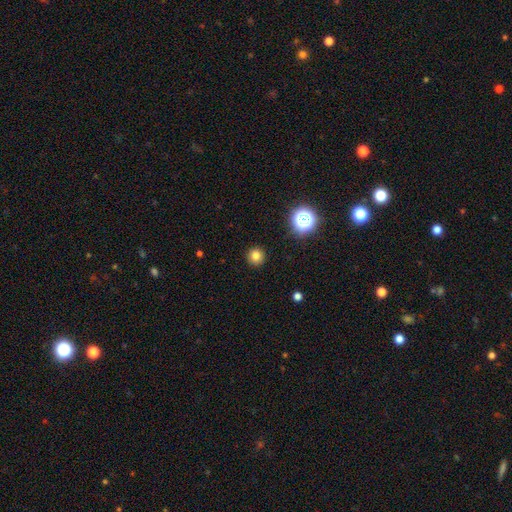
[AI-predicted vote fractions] smooth-or-featured: smooth: 80% | star or artifact: 15% | featured or disk: 6%
  how-rounded: round: 95% | in between: 4% | cigar-shaped: 1%
  merging: none: 92% | minor disturbance: 5% | major disturbance: 2% | merger: 1%